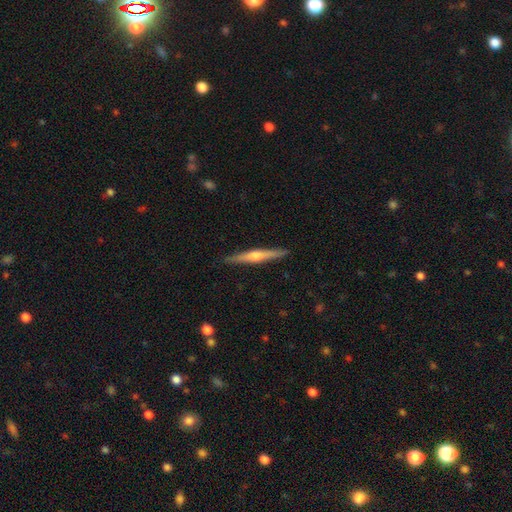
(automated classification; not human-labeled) This is likely a featured or disk galaxy (65%). It is clearly viewed edge-on (98%). Edge-on bulge: clearly rounded (83%). Merging: clearly none (91%).